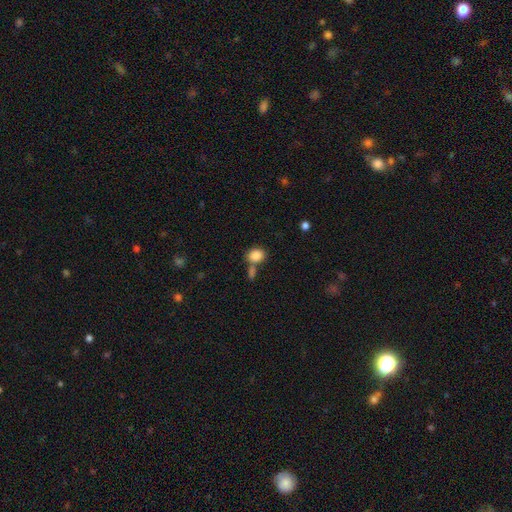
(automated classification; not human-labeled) Q: Smooth or featured?
A: smooth (86%); runner-up: star or artifact (9%)
Q: How rounded?
A: in between (52%); runner-up: round (47%)
Q: Merging?
A: none (56%); runner-up: merger (27%)